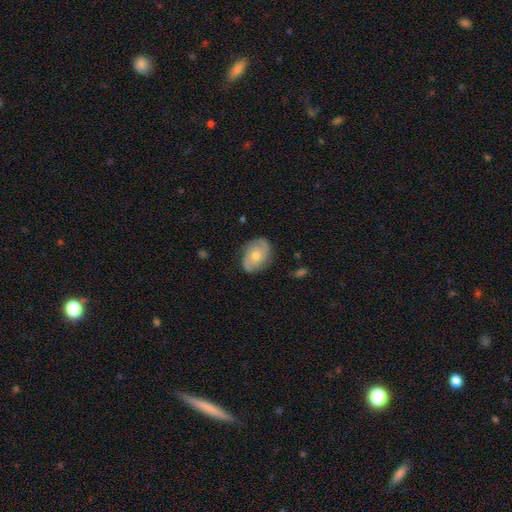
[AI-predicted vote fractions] Smooth or featured?
  - featured or disk: 61% *
  - smooth: 32%
  - star or artifact: 6%
Edge-on disk?
  - no: 96% *
  - yes: 4%
Bar?
  - no: 69% *
  - weak: 26%
  - strong: 4%
Spiral arms?
  - yes: 85% *
  - no: 15%
Bulge size?
  - moderate: 58% *
  - small: 37%
  - large: 3%
  - none: 1%
  - dominant: 1%
Merging?
  - none: 78% *
  - minor disturbance: 17%
  - major disturbance: 4%
  - merger: 1%